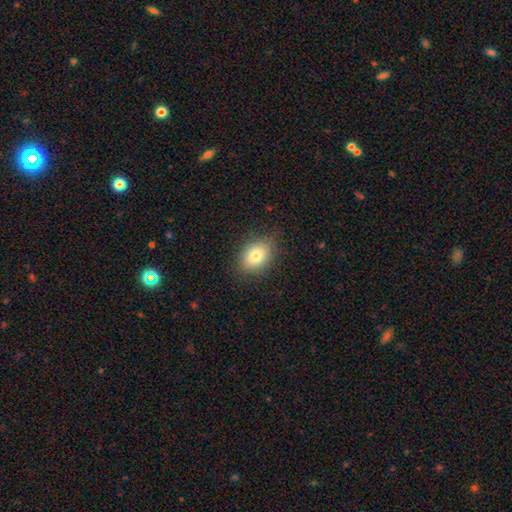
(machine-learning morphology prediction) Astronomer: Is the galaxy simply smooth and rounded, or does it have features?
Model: smooth — 79%.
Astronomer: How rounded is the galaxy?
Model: in between — 71%.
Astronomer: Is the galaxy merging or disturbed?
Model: none — 84%.